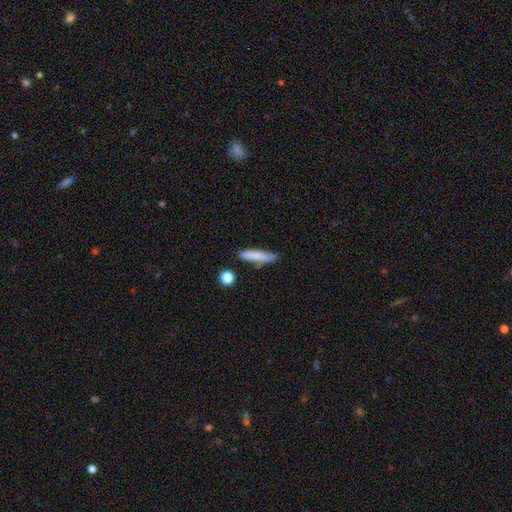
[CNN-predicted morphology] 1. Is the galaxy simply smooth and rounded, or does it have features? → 81% smooth, 12% featured or disk, 7% star or artifact.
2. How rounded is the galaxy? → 84% cigar-shaped, 14% in between, 2% round.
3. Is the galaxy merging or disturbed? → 79% none, 14% minor disturbance, 5% merger, 3% major disturbance.